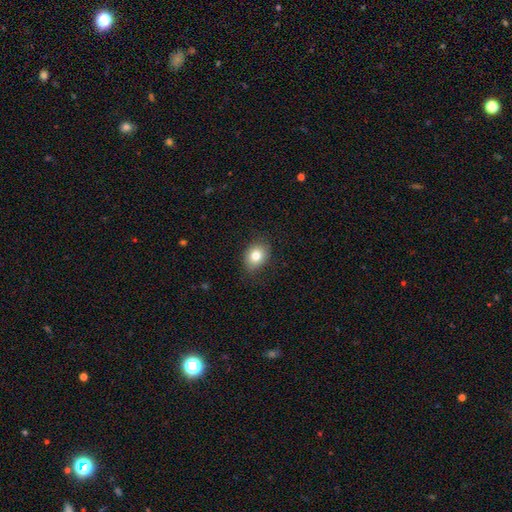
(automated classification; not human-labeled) Q: Smooth or featured?
A: smooth (81%); runner-up: featured or disk (10%)
Q: How rounded?
A: in between (61%); runner-up: round (38%)
Q: Merging?
A: none (82%); runner-up: minor disturbance (13%)